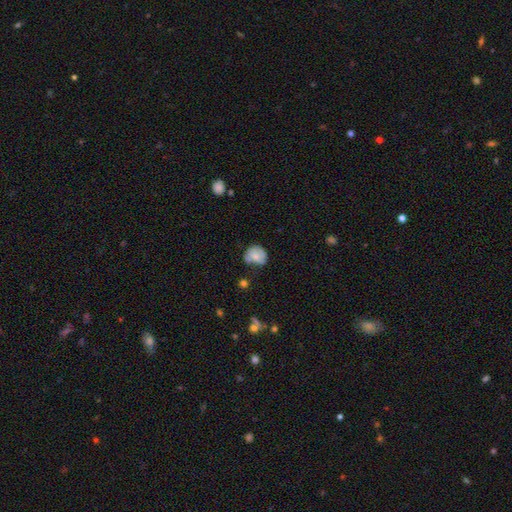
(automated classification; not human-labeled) A smooth galaxy with no disk features (64%) that is round (60%). Merging: none (44%).